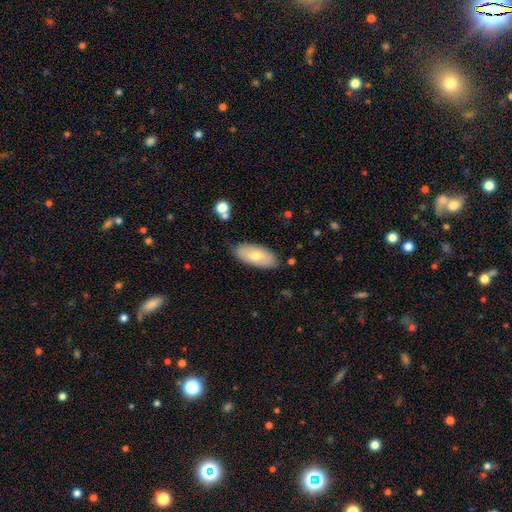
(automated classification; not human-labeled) Q: Smooth or featured?
A: smooth (68%); runner-up: featured or disk (25%)
Q: How rounded?
A: in between (87%); runner-up: cigar-shaped (10%)
Q: Merging?
A: none (83%); runner-up: minor disturbance (13%)